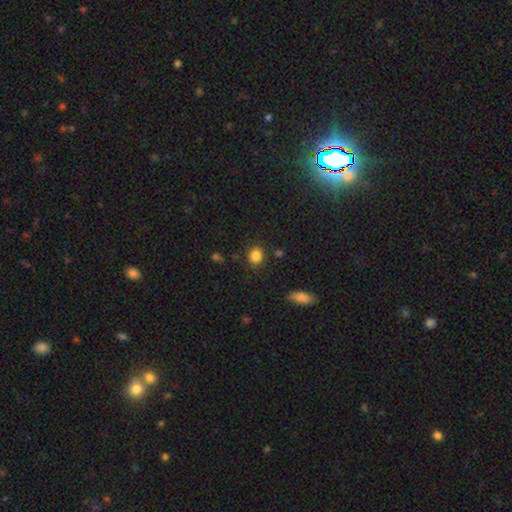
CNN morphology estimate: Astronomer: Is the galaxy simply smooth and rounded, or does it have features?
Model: smooth — 85%.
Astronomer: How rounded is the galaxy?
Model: round — 81%.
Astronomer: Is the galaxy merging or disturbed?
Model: none — 86%.